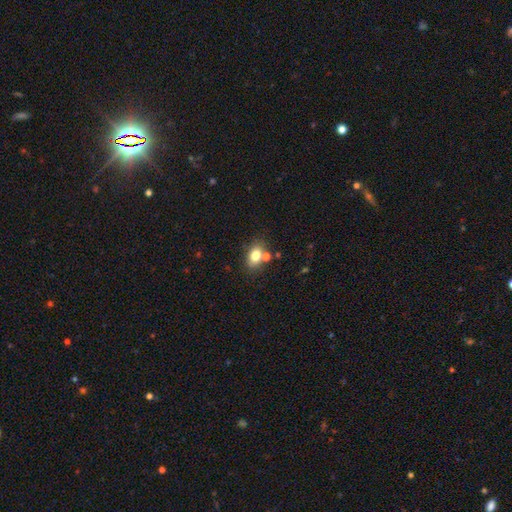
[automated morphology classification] A smooth galaxy with no disk features (78%) that is in between round and cigar-shaped (76%). Merging: none (63%).